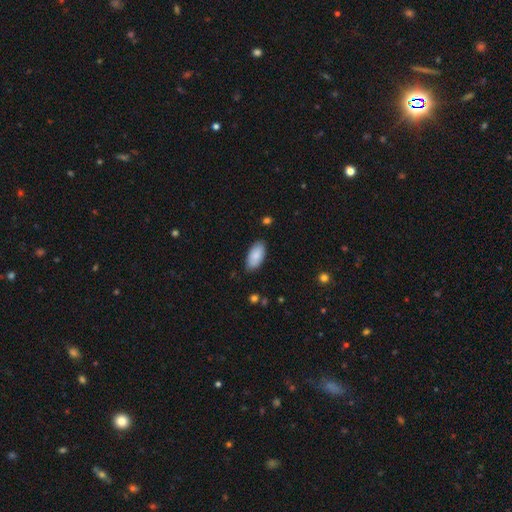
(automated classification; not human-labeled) smooth 86%, featured or disk 8%, star or artifact 6%. Down the decision tree: how rounded — in between (94%); merging — none (82%).